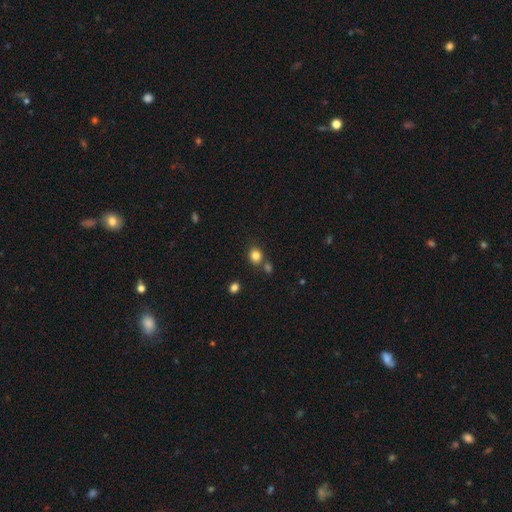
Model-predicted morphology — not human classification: Smooth or featured? Predicted: smooth (p=0.83). How rounded? Predicted: round (p=0.76). Merging? Predicted: none (p=0.69).